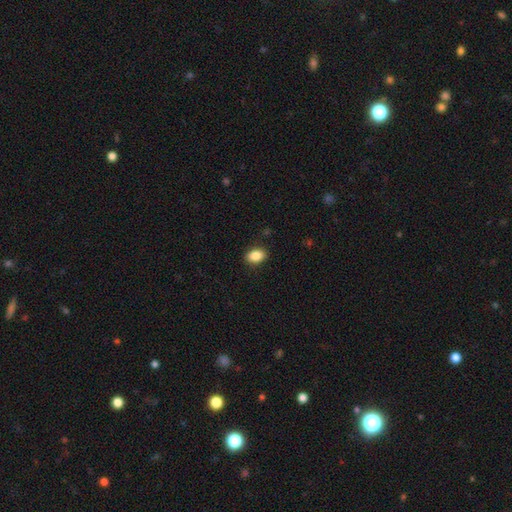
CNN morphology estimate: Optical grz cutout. It shows a smooth galaxy with no disk features (87%) that is in between round and cigar-shaped (82%). Merging: none (88%).